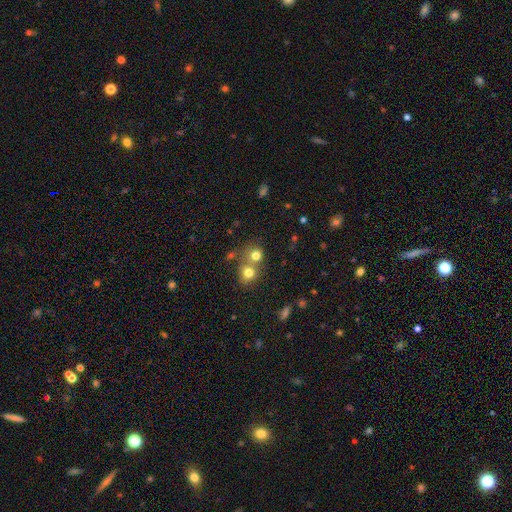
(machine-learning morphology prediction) The model was most divided on "merging": none: 45%, merger: 44%, minor disturbance: 7%, major disturbance: 4%. More confident: how rounded — round (82%); smooth or featured — smooth (75%).